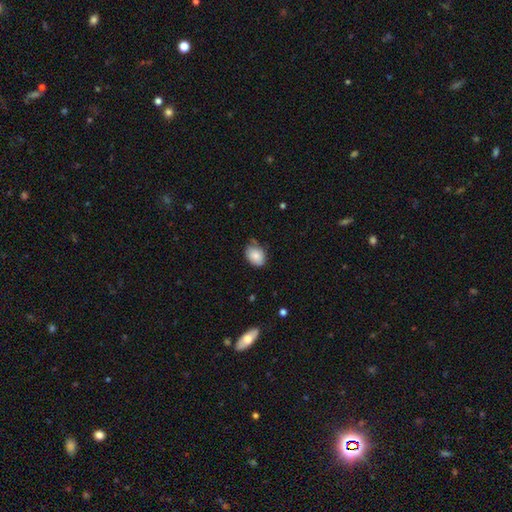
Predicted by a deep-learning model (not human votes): Overall: smooth (83%). How rounded: in between (75%). Merging: none (63%; minor disturbance 29%).